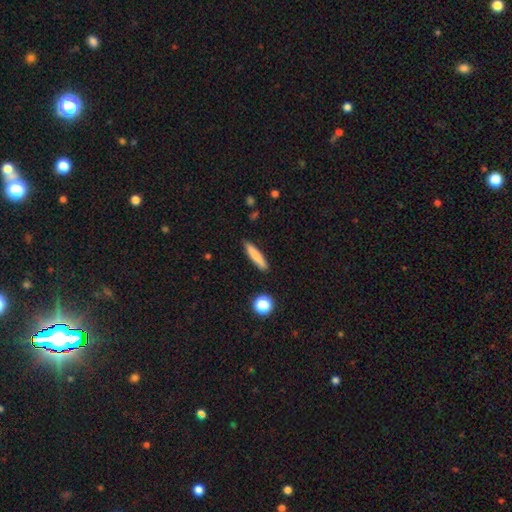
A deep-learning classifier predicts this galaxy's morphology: Smooth or featured: smooth — 80% (featured or disk — 13%)
How rounded: cigar-shaped — 86% (in between — 12%)
Merging: none — 89% (minor disturbance — 7%)